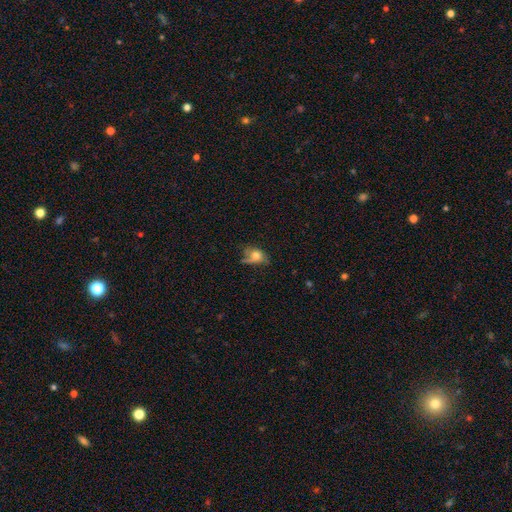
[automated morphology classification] Overall: smooth (59%; featured or disk 29%). How rounded: in between (68%; round 29%). Merging: none (40%; minor disturbance 30%).